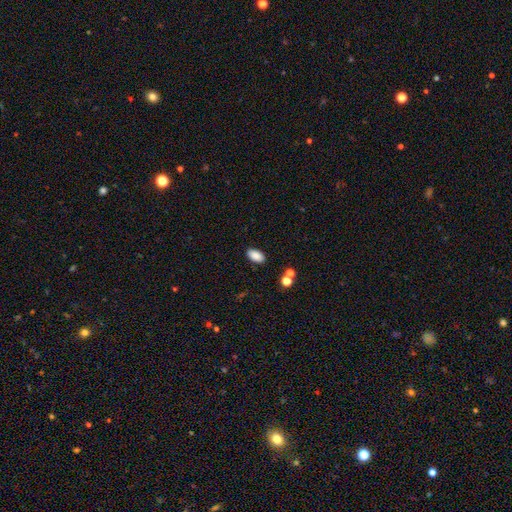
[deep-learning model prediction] Morphology: type=smooth (87%); roundness=in between (93%); merging=none (87%).